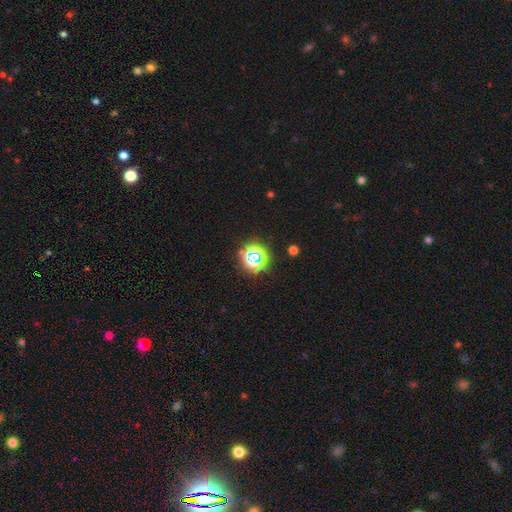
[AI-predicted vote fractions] Smooth or featured: star or artifact — 67% (smooth — 24%)